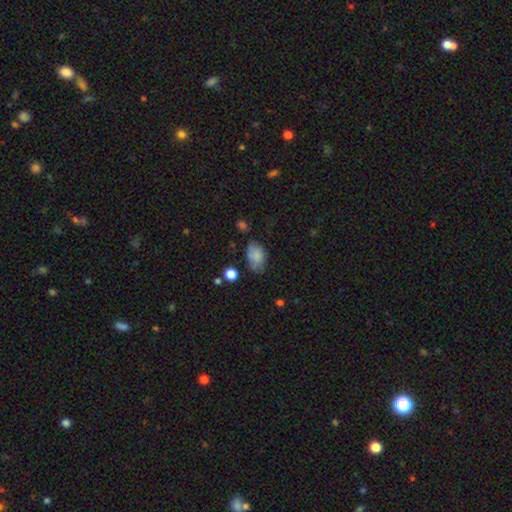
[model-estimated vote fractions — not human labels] A smooth galaxy with no disk features (77%) that is in between round and cigar-shaped (87%).

Vote fractions:
- Smooth or featured? smooth: 77% / featured or disk: 14% / star or artifact: 9%
- How rounded? in between: 87% / round: 12% / cigar-shaped: 1%
- Merging? none: 56% / minor disturbance: 28% / major disturbance: 10% / merger: 6%